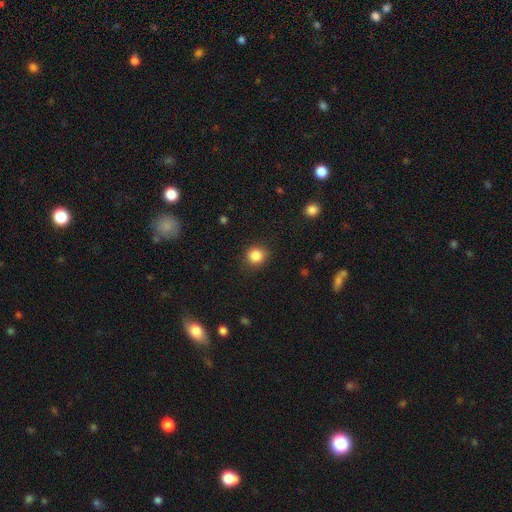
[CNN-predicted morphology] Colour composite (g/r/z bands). It shows a smooth galaxy with no disk features (85%) that is round (89%). Merging: none (88%).